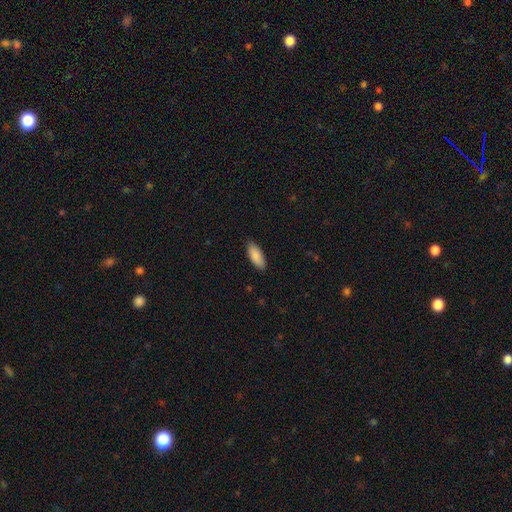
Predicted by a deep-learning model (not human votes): Smooth or featured? Predicted: smooth (p=0.90). How rounded? Predicted: in between (p=0.82). Merging? Predicted: none (p=0.87).